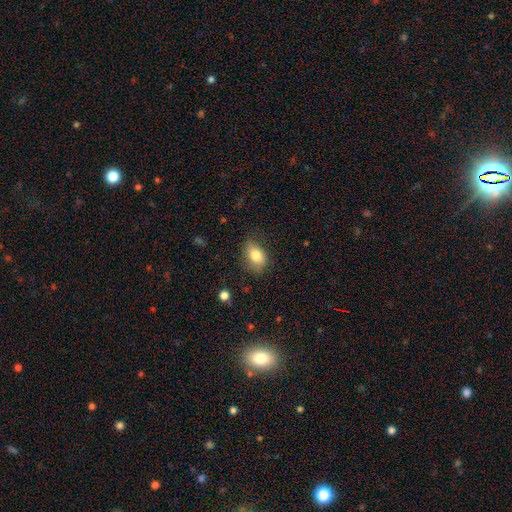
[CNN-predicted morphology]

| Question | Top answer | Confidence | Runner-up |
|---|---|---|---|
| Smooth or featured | smooth | 80% | featured or disk (12%) |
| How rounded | in between | 83% | round (15%) |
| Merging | none | 71% | minor disturbance (22%) |